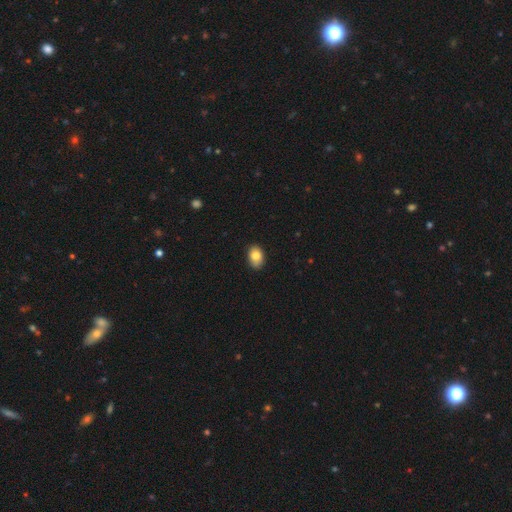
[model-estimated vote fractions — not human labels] Smooth or featured? smooth (83%)
How rounded? in between (80%)
Merging? none (83%)